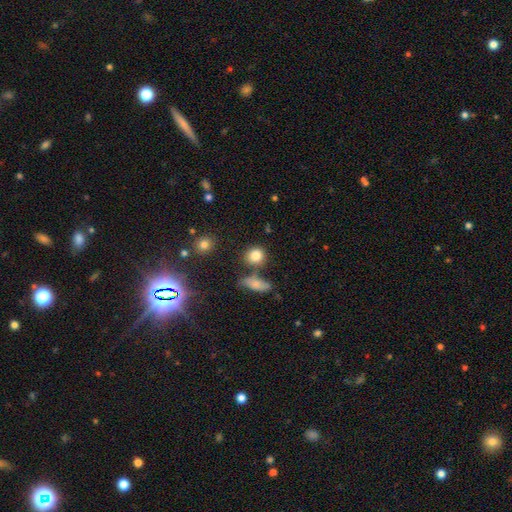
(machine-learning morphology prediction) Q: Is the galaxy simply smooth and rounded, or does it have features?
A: smooth — 82%.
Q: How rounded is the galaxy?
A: round — 78%.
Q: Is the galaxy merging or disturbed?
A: none — 69%.